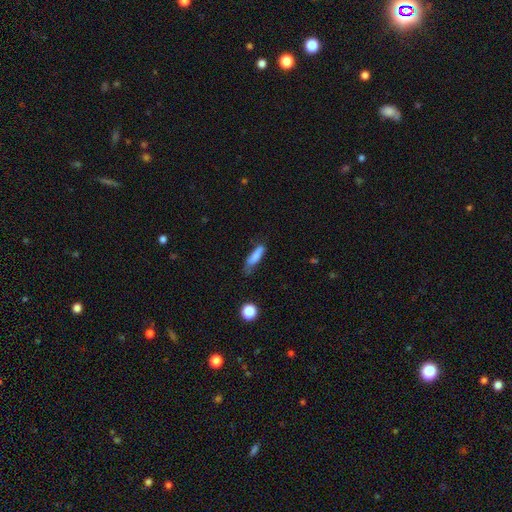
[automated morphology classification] Smooth or featured?
  - smooth: 79% *
  - featured or disk: 13%
  - star or artifact: 8%
How rounded?
  - cigar-shaped: 65% *
  - in between: 33%
  - round: 2%
Merging?
  - none: 50% *
  - minor disturbance: 35%
  - major disturbance: 12%
  - merger: 4%